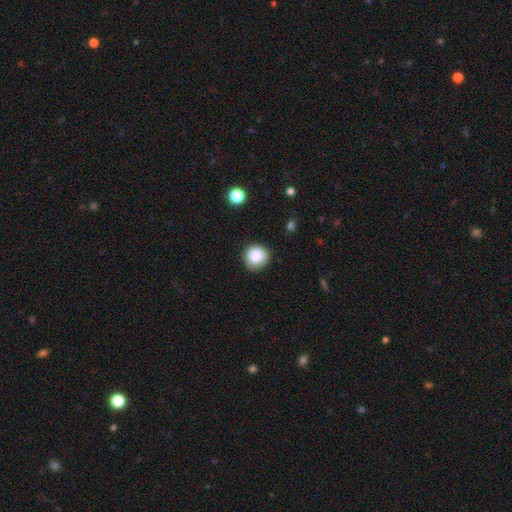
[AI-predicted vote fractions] A smooth galaxy with no disk features (85%) that is round (90%).

Vote fractions:
- Smooth or featured? smooth: 85% / star or artifact: 9% / featured or disk: 6%
- How rounded? round: 90% / in between: 9% / cigar-shaped: 1%
- Merging? none: 77% / minor disturbance: 17% / major disturbance: 4% / merger: 2%